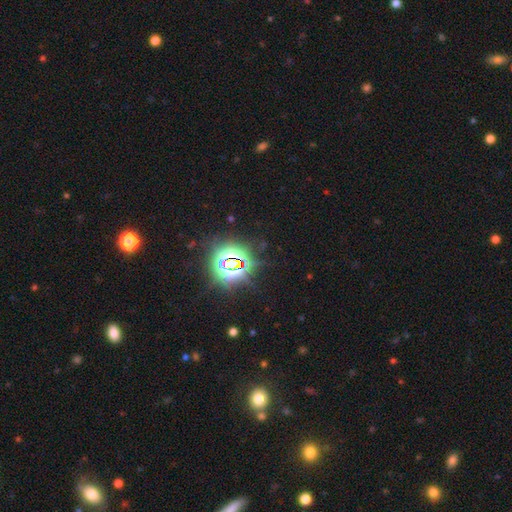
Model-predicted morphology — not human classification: smooth_or_featured: star or artifact (p=0.83) [alt: smooth p=0.10]